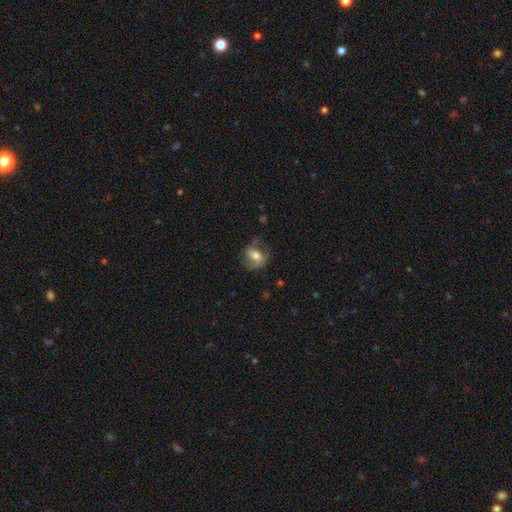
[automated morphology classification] The model was most divided on "how rounded": in between: 52%, round: 46%, cigar-shaped: 2%. More confident: merging — none (61%); smooth or featured — smooth (56%).